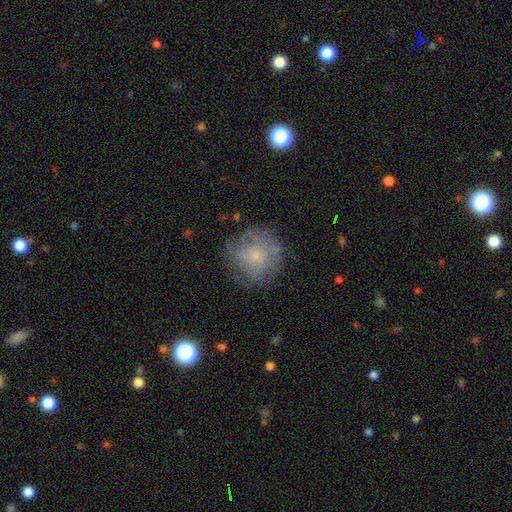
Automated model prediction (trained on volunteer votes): Q: Smooth or featured?
A: smooth (50%); runner-up: featured or disk (40%)
Q: How rounded?
A: round (91%); runner-up: in between (8%)
Q: Merging?
A: none (73%); runner-up: minor disturbance (18%)